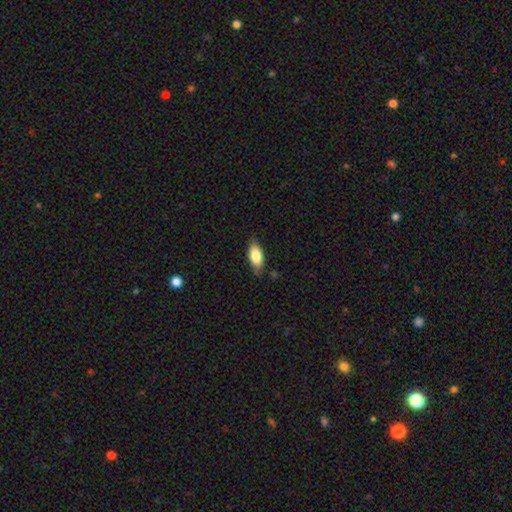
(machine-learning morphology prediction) This appears to be a smooth galaxy with no disk features (81%) that is in between round and cigar-shaped (87%). Merging: none (78%).